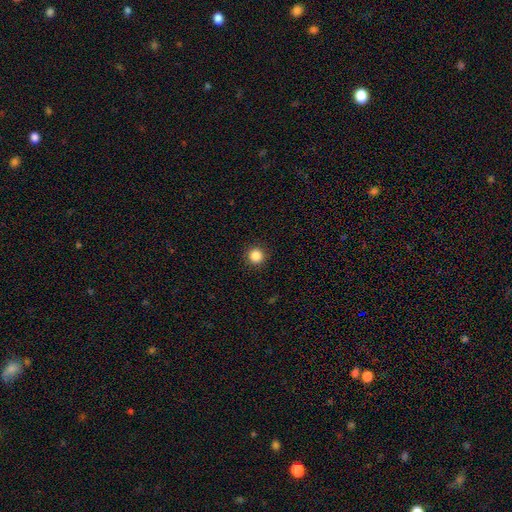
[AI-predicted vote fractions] This appears to be a smooth galaxy with no disk features (86%) that is round (95%). Merging: none (92%).